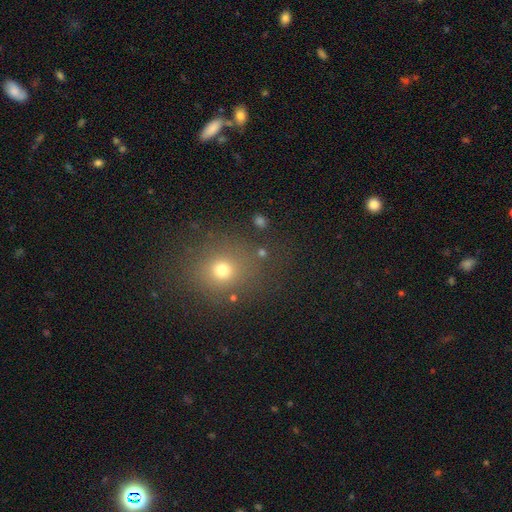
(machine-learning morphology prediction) smooth 63%, star or artifact 28%, featured or disk 9%. Down the decision tree: how rounded — round (77%); merging — none (84%).